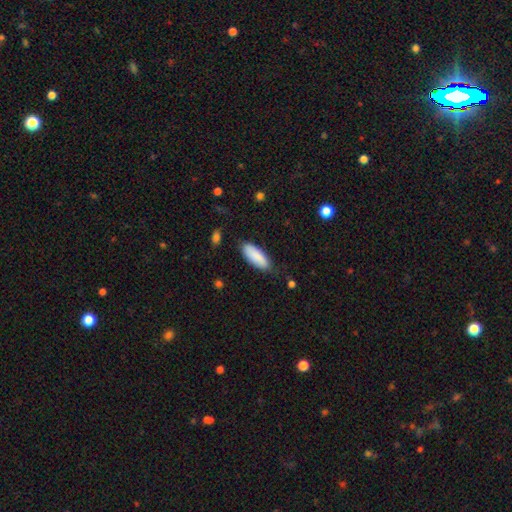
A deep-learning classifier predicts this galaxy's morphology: This is clearly a smooth galaxy (88%). How rounded: likely in between (74%). Merging: clearly none (82%).